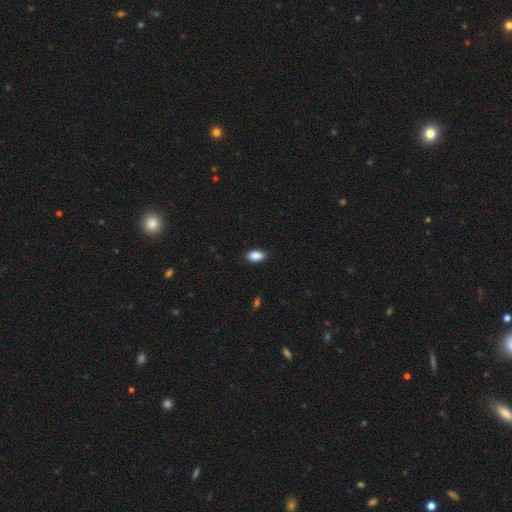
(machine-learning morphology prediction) Smooth or featured?
  - smooth: 89% *
  - star or artifact: 7%
  - featured or disk: 3%
How rounded?
  - in between: 92% *
  - round: 6%
  - cigar-shaped: 2%
Merging?
  - none: 89% *
  - minor disturbance: 8%
  - major disturbance: 2%
  - merger: 1%